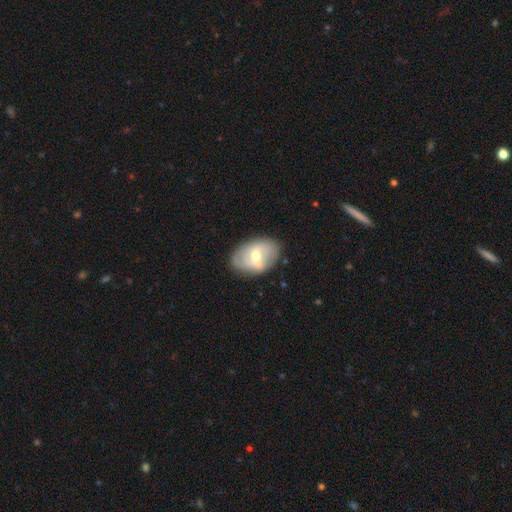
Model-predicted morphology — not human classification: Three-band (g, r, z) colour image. It shows a featured or disk galaxy (59%) with a weak bar (49%), spiral arms (63%) and a moderate central bulge (62%). Merging: none (76%).